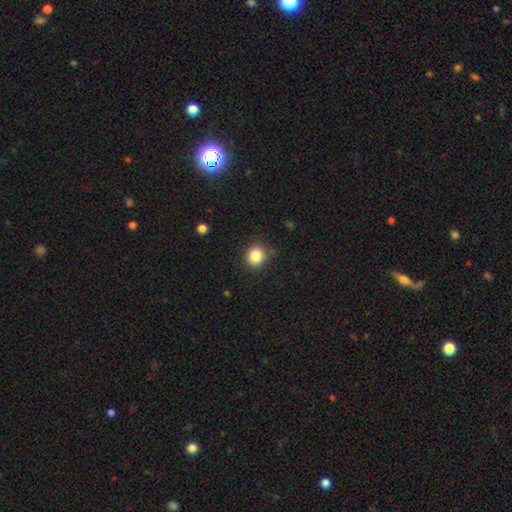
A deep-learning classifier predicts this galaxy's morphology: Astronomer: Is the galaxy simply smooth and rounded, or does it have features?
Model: smooth — 85%.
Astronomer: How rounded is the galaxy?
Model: round — 85%.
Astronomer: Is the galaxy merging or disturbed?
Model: none — 87%.